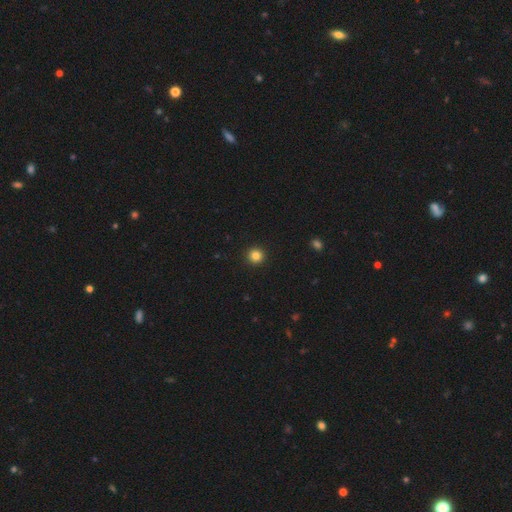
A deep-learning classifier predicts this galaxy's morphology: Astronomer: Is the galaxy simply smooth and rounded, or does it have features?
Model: smooth — 83%.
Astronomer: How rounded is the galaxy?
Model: round — 95%.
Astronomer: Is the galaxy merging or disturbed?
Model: none — 93%.